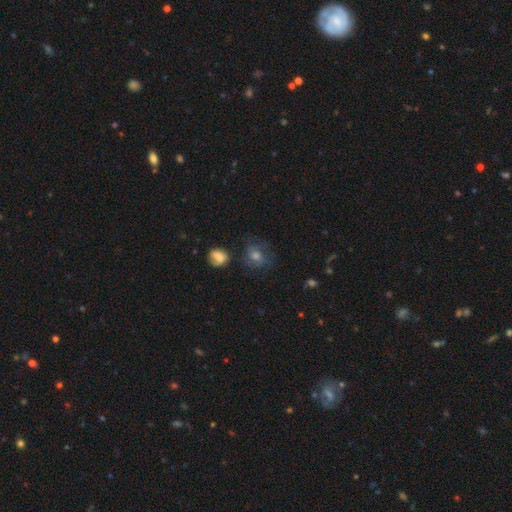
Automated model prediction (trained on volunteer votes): Smooth or featured? smooth (44%)
Merging? none (65%)